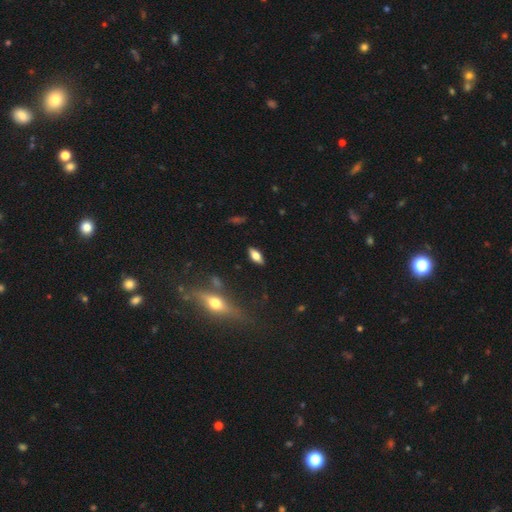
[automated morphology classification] Q: Smooth or featured?
A: smooth (59%); runner-up: featured or disk (33%)
Q: How rounded?
A: in between (76%); runner-up: cigar-shaped (21%)
Q: Merging?
A: none (86%); runner-up: minor disturbance (9%)